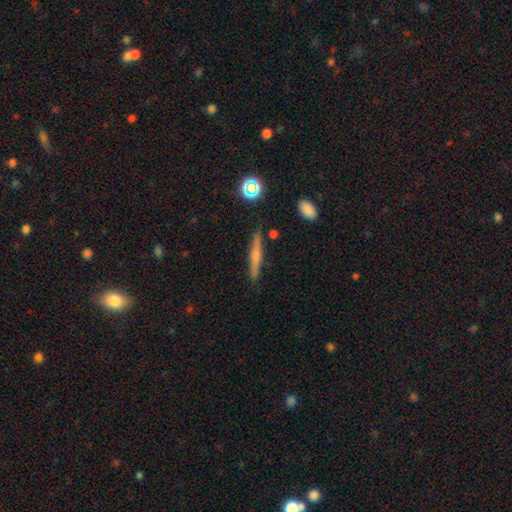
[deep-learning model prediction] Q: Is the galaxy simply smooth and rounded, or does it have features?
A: featured or disk — 47%.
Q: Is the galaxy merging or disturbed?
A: none — 88%.